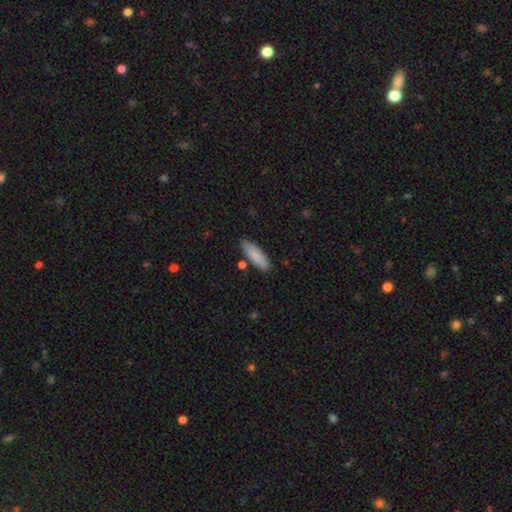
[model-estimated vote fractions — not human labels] Smooth or featured? Predicted: smooth (p=0.86). How rounded? Predicted: in between (p=0.49, tied with cigar-shaped). Merging? Predicted: none (p=0.82).